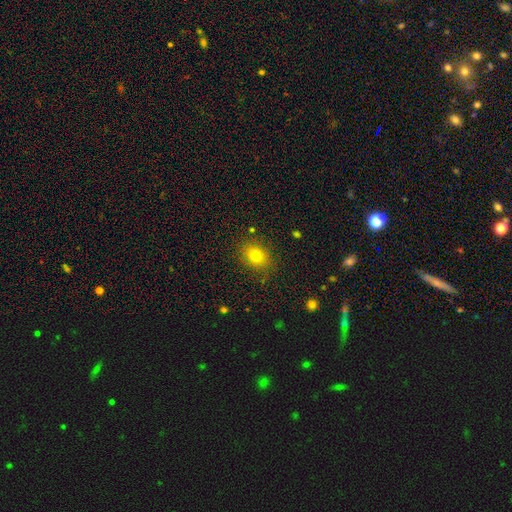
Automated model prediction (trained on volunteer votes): smooth 78%, star or artifact 13%, featured or disk 9%. Down the decision tree: how rounded — in between (54%); merging — none (84%).